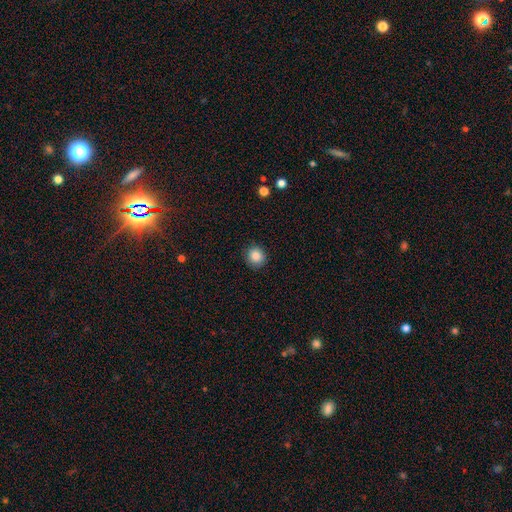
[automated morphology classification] The model was most divided on "how rounded": round: 87%, in between: 12%, cigar-shaped: 1%. More confident: merging — none (88%); smooth or featured — smooth (86%).